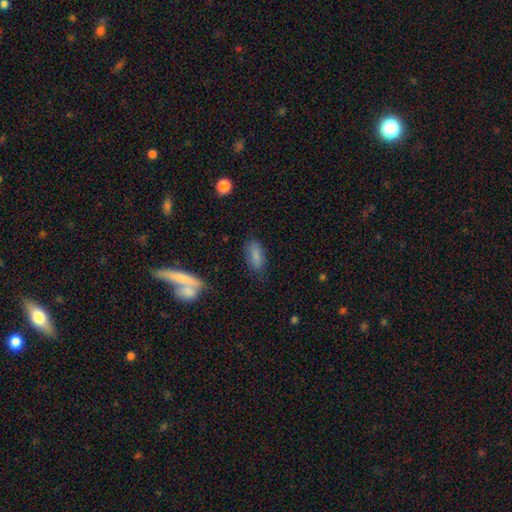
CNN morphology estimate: Q: Smooth or featured?
A: smooth (82%); runner-up: featured or disk (10%)
Q: How rounded?
A: in between (87%); runner-up: cigar-shaped (10%)
Q: Merging?
A: none (74%); runner-up: minor disturbance (18%)